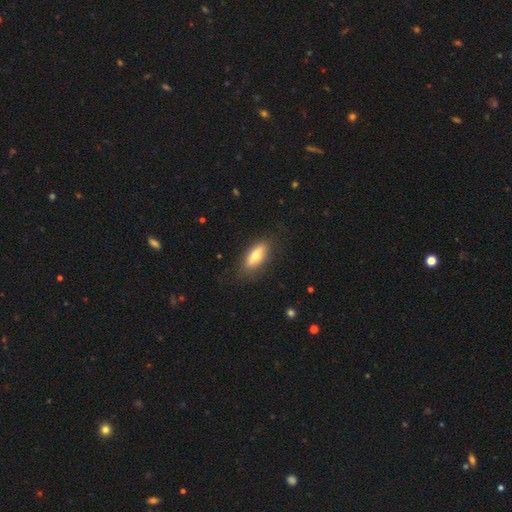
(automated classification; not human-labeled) Smooth or featured? smooth (66%)
How rounded? in between (68%)
Merging? none (81%)